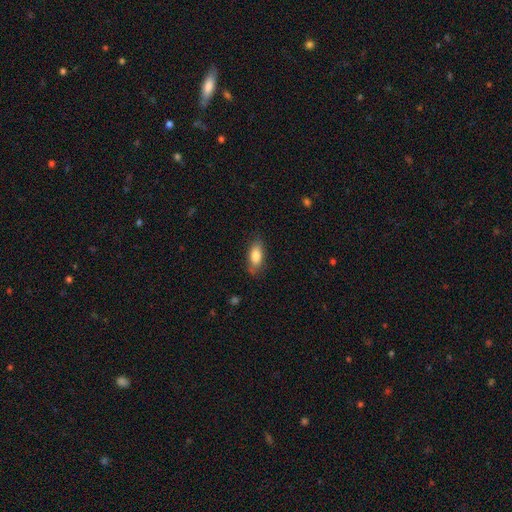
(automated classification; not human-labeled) Q: Smooth or featured?
A: smooth (82%); runner-up: featured or disk (11%)
Q: How rounded?
A: in between (84%); runner-up: cigar-shaped (12%)
Q: Merging?
A: none (79%); runner-up: minor disturbance (16%)